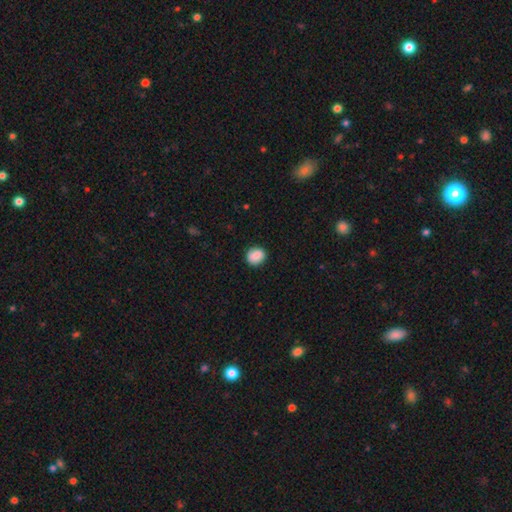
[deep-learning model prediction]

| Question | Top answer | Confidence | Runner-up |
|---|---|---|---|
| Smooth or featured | smooth | 89% | star or artifact (8%) |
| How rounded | round | 69% | in between (30%) |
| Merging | none | 86% | minor disturbance (10%) |